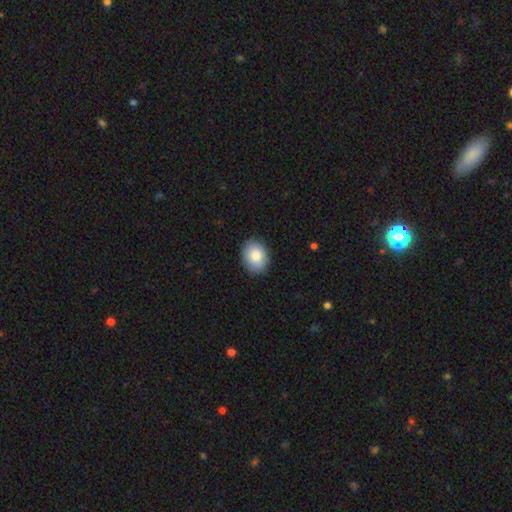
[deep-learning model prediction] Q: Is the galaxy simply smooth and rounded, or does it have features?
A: smooth — 86%.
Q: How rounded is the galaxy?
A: in between — 63%.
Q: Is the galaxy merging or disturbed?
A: none — 88%.